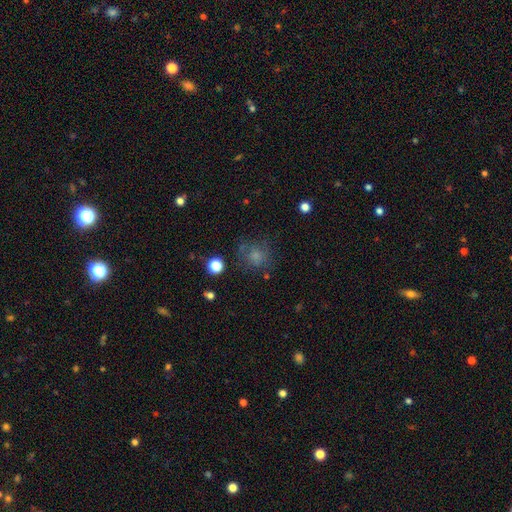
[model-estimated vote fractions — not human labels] Q: Smooth or featured?
A: smooth (69%); runner-up: star or artifact (18%)
Q: How rounded?
A: round (80%); runner-up: in between (19%)
Q: Merging?
A: none (68%); runner-up: minor disturbance (17%)